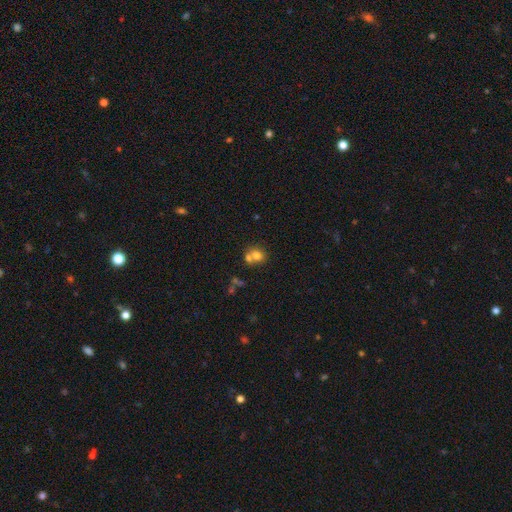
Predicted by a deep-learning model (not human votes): smooth 72%, featured or disk 16%, star or artifact 13%. Down the decision tree: how rounded — round (67%); merging — merger (46%).